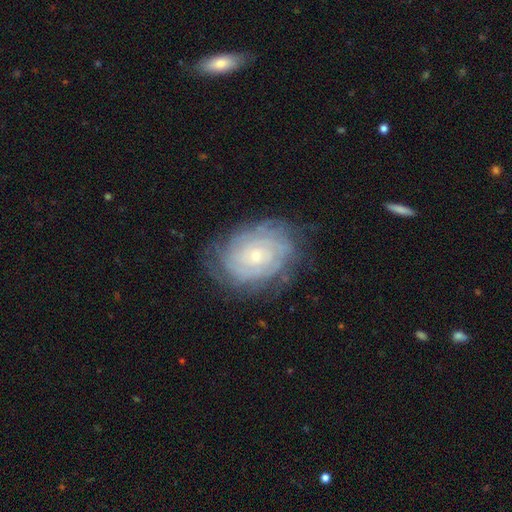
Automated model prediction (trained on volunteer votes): featured or disk 80%, smooth 13%, star or artifact 7%. Down the decision tree: edge-on disk — no (97%); bar — no (78%); spiral arms — yes (94%); spiral arm count — can't tell (48%); spiral winding — tight (83%); bulge size — small (73%); merging — none (76%).